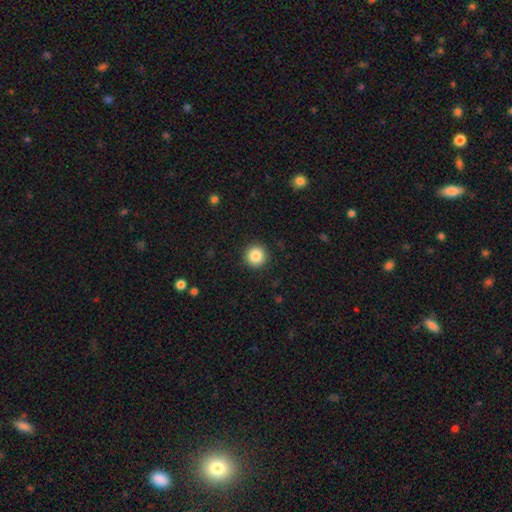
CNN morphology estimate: Overall: smooth (86%). How rounded: round (96%). Merging: none (92%).